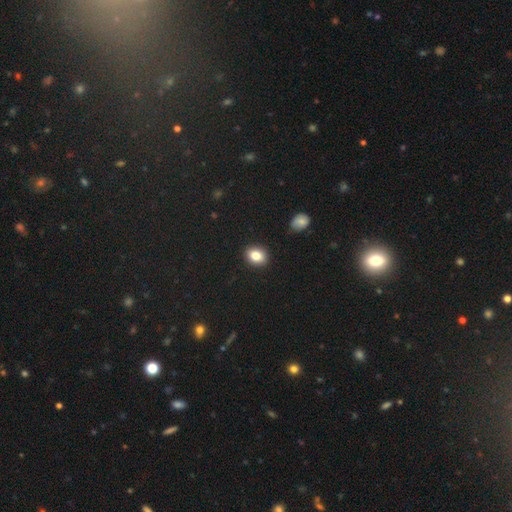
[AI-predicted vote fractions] Morphology: type=smooth (83%); roundness=in between (55%); merging=none (90%).